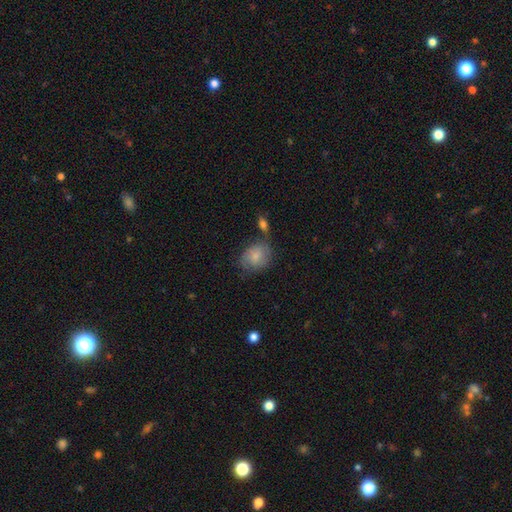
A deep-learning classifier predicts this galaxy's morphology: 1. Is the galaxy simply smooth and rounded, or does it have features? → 73% smooth, 19% featured or disk, 7% star or artifact.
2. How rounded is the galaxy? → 54% in between, 44% round, 1% cigar-shaped.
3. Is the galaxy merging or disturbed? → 59% none, 23% minor disturbance, 11% merger, 8% major disturbance.